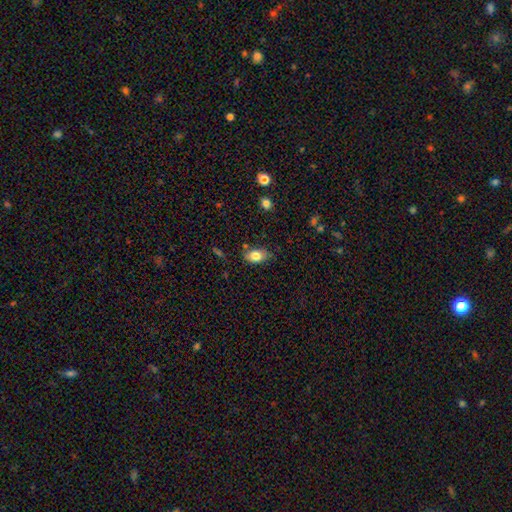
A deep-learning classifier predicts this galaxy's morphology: Smooth or featured: smooth — 81% (featured or disk — 11%)
How rounded: in between — 85% (round — 13%)
Merging: none — 75% (minor disturbance — 19%)